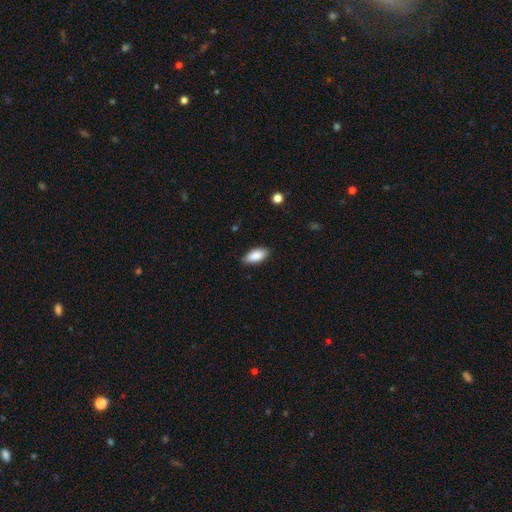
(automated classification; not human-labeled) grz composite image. It shows a smooth galaxy with no disk features (89%) that is in between round and cigar-shaped (92%). Merging: none (85%).